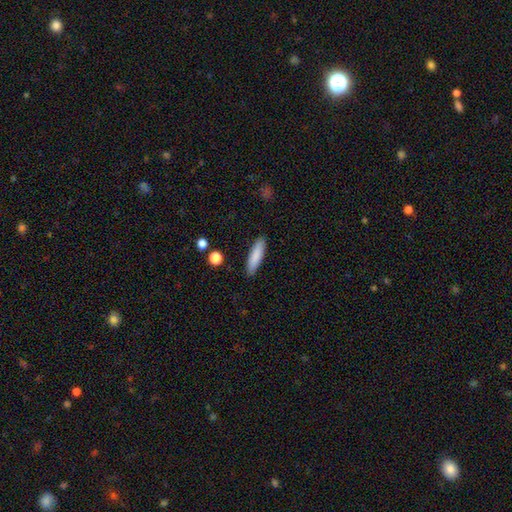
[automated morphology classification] This appears to be a smooth galaxy with no disk features (85%) that is cigar-shaped (73%). Merging: none (90%).